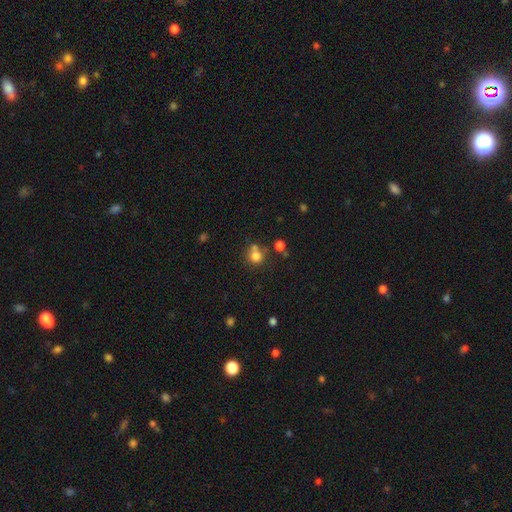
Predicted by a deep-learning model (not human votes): A smooth galaxy with no disk features (78%) that is round (87%). Merging: none (58%).